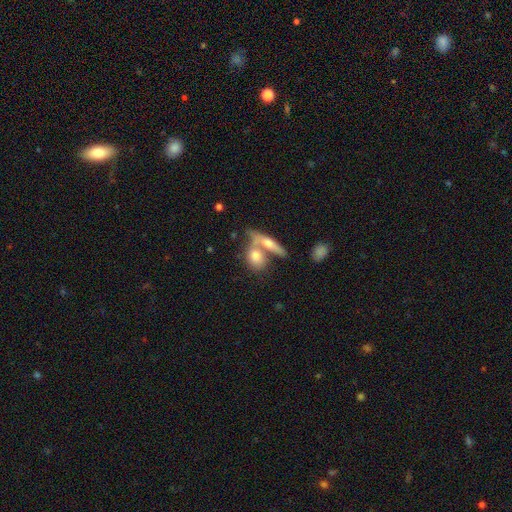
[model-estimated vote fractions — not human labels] Smooth or featured?
  - smooth: 68% *
  - featured or disk: 25%
  - star or artifact: 7%
How rounded?
  - in between: 56% *
  - round: 25%
  - cigar-shaped: 19%
Merging?
  - merger: 47% *
  - none: 38%
  - minor disturbance: 10%
  - major disturbance: 5%